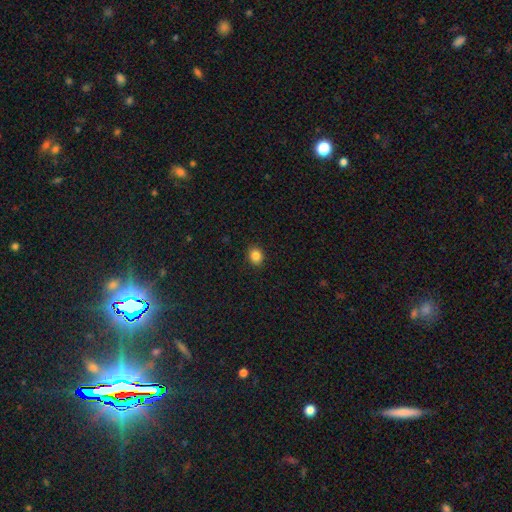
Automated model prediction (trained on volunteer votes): smooth_or_featured: smooth (p=0.85) [alt: star or artifact p=0.11]
how_rounded: round (p=0.58) [alt: in between p=0.41]
merging: none (p=0.90) [alt: minor disturbance p=0.07]